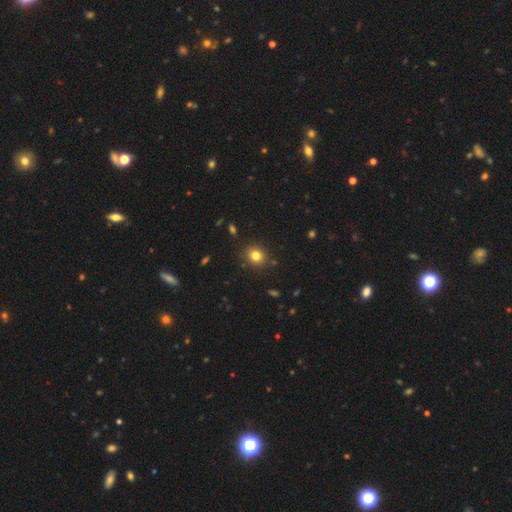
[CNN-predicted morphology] type=smooth (80%); roundness=round (75%); merging=none (87%).